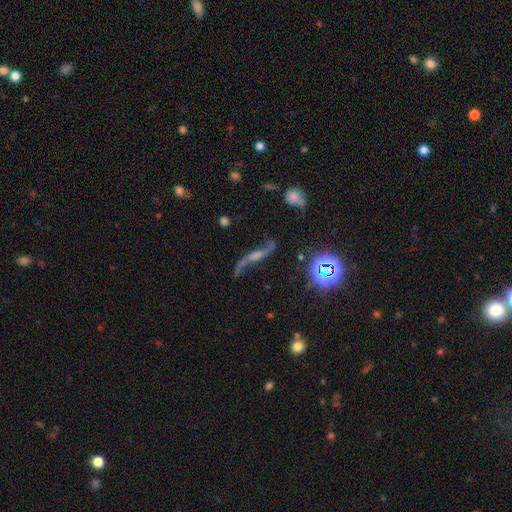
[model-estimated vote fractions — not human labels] A featured or disk galaxy (75%) with no bar (51%), 2 (92%) loose (90%) spiral arms (94%) and a moderate central bulge (41%). Merging: none (73%).